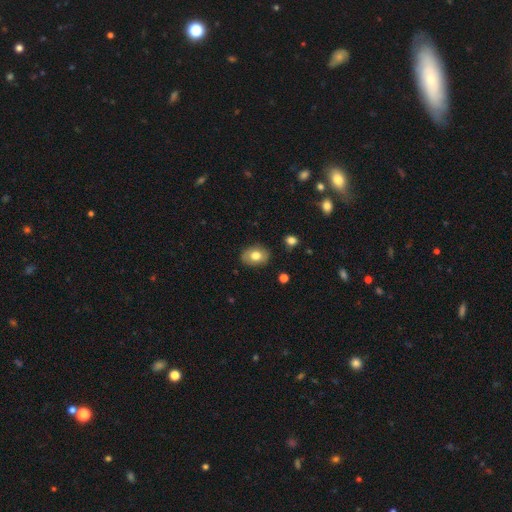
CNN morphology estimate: This appears to be a smooth galaxy with no disk features (76%) that is in between round and cigar-shaped (71%). Merging: none (85%).